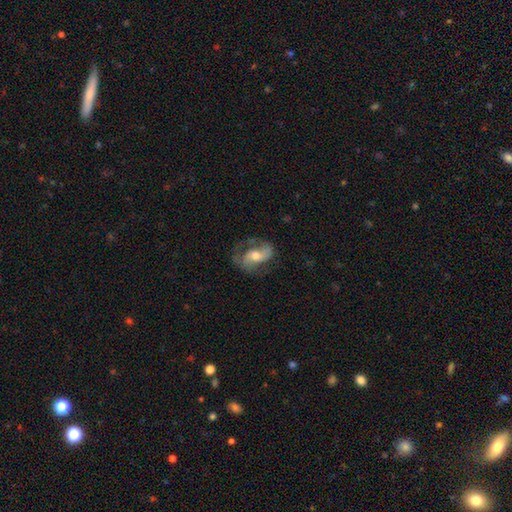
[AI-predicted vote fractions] Overall: featured or disk (73%). Edge-on disk: no (95%). Bar: no (45%; weak 37%). Spiral arms: yes (88%). Spiral arm count: 2 (79%). Spiral winding: medium (46%; loose 36%). Bulge size: moderate (64%). Merging: none (57%; minor disturbance 21%).